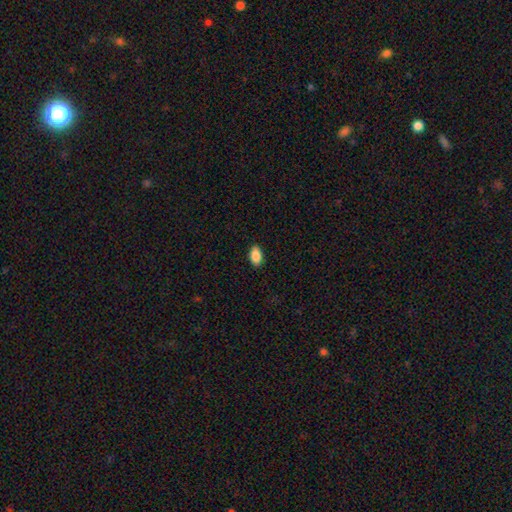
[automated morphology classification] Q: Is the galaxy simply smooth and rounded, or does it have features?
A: smooth — 89%.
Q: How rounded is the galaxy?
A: in between — 93%.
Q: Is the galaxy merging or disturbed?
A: none — 89%.